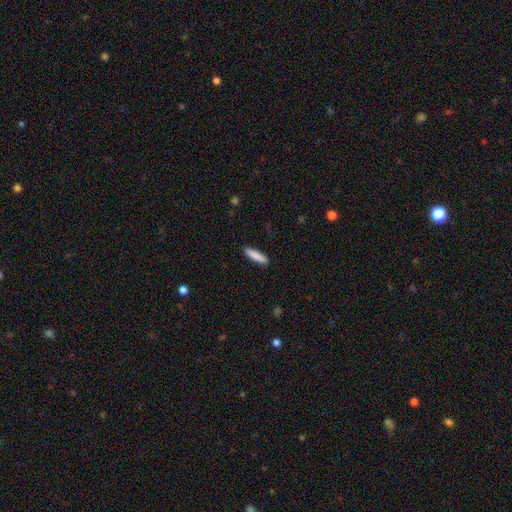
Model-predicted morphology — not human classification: A smooth galaxy with no disk features (86%) that is cigar-shaped (79%).

Vote fractions:
- Smooth or featured? smooth: 86% / featured or disk: 8% / star or artifact: 6%
- How rounded? cigar-shaped: 79% / in between: 20% / round: 1%
- Merging? none: 90% / minor disturbance: 7% / major disturbance: 2% / merger: 1%